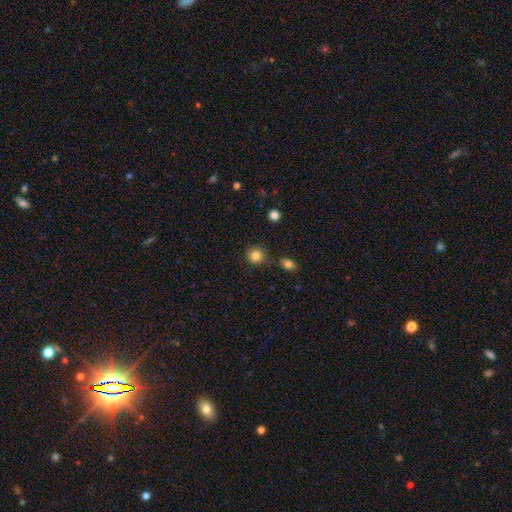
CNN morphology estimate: Overall: smooth (84%). How rounded: round (92%). Merging: none (86%).